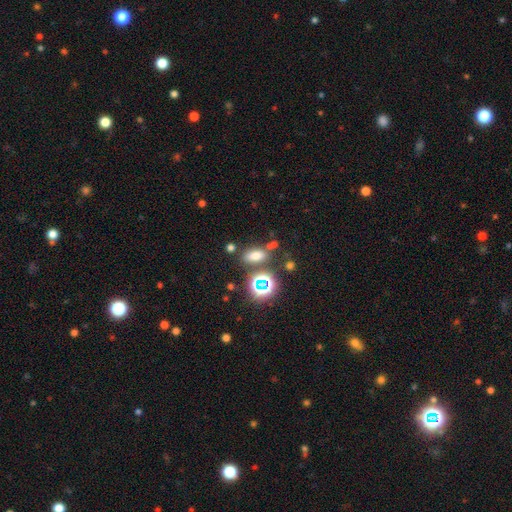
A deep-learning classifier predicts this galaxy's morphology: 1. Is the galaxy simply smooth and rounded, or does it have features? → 66% smooth, 24% star or artifact, 9% featured or disk.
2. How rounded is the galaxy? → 75% in between, 18% round, 7% cigar-shaped.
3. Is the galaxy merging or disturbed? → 74% none, 11% minor disturbance, 10% merger, 4% major disturbance.